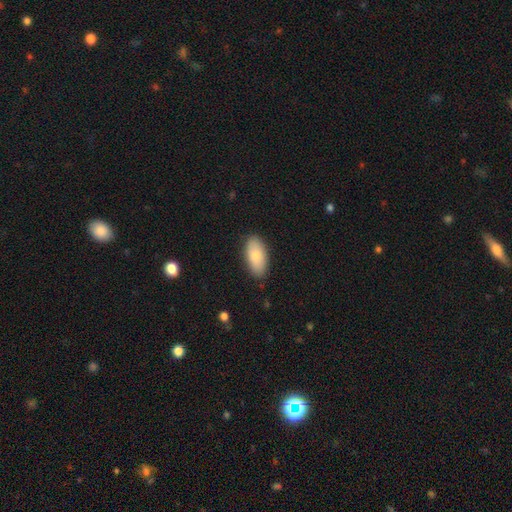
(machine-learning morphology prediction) Q: Smooth or featured?
A: smooth (80%); runner-up: featured or disk (14%)
Q: How rounded?
A: in between (92%); runner-up: cigar-shaped (5%)
Q: Merging?
A: none (86%); runner-up: minor disturbance (11%)